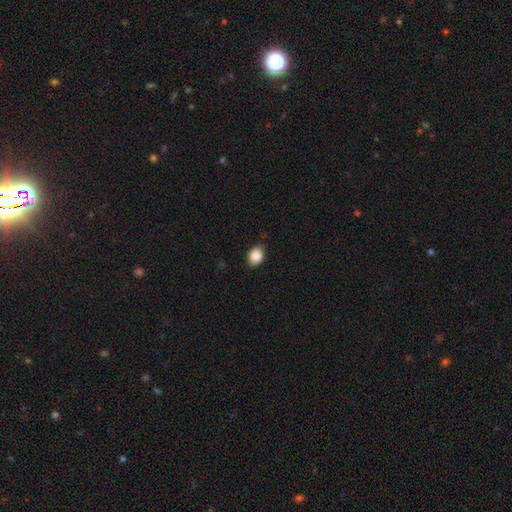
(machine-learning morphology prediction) This is clearly a smooth galaxy (87%). How rounded: likely in between (67%). Merging: likely none (78%).